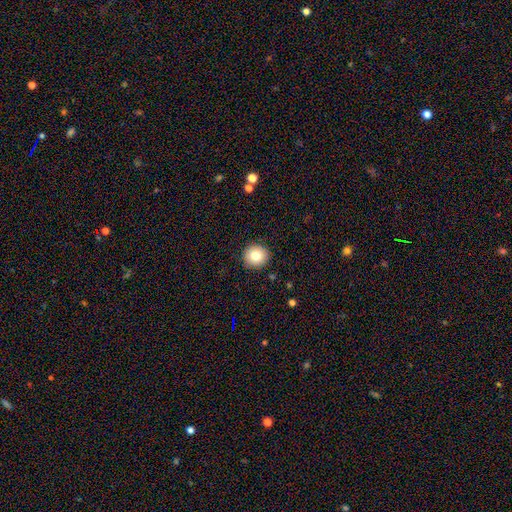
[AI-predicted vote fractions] Smooth or featured? smooth (79%)
How rounded? round (94%)
Merging? none (92%)